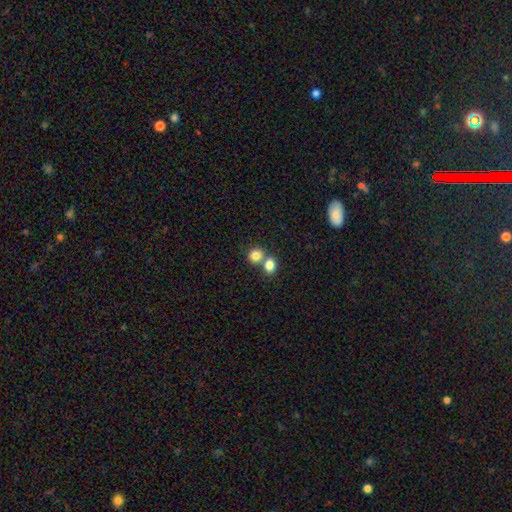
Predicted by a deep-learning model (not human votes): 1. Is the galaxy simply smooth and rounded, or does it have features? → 82% smooth, 11% star or artifact, 8% featured or disk.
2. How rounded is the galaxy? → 76% round, 23% in between, 1% cigar-shaped.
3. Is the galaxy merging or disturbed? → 47% merger, 45% none, 6% minor disturbance, 2% major disturbance.